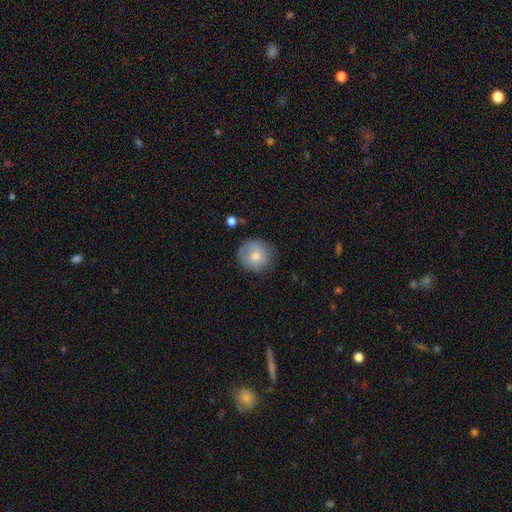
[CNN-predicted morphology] This appears to be a smooth galaxy with no disk features (71%) that is round (87%). Merging: none (72%).